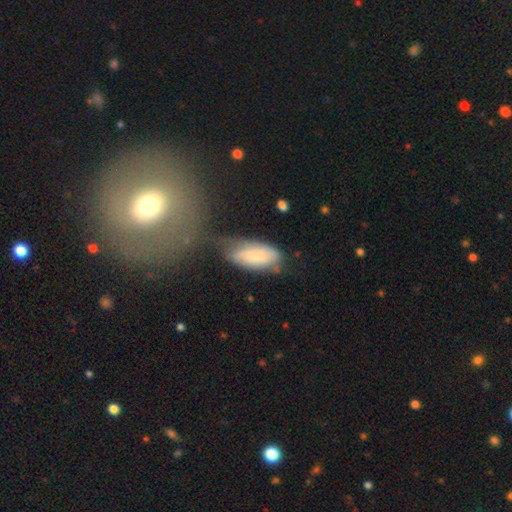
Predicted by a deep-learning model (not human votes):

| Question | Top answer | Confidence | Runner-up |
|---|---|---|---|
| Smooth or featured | smooth | 65% | featured or disk (27%) |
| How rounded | in between | 84% | cigar-shaped (14%) |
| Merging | none | 48% | minor disturbance (28%) |